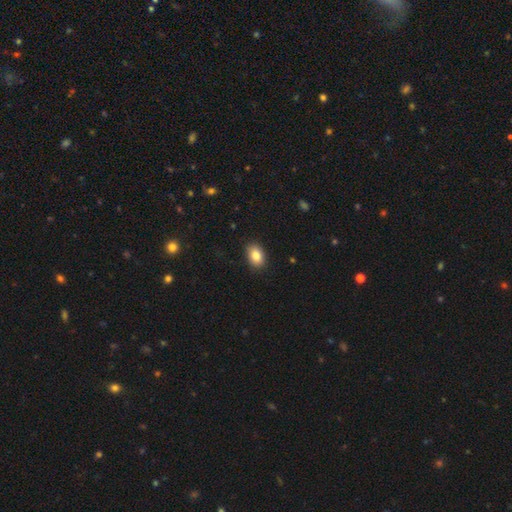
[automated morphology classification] This is clearly a smooth galaxy (85%). How rounded: clearly in between (82%). Merging: clearly none (89%).